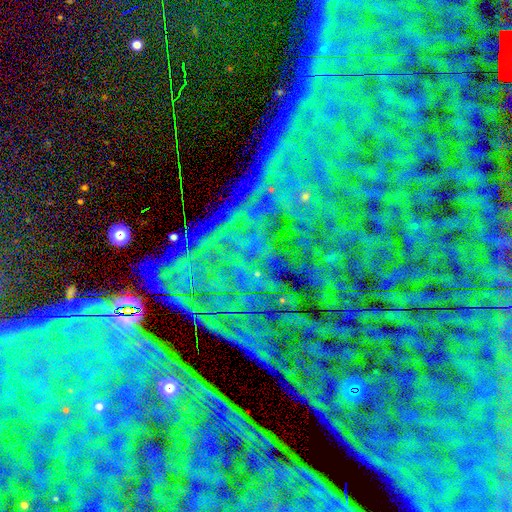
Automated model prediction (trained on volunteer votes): star or artifact 83%, featured or disk 9%, smooth 7%.